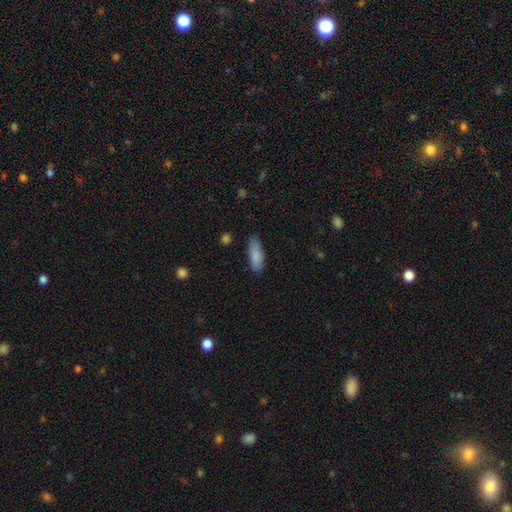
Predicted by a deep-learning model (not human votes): smooth 86%, featured or disk 8%, star or artifact 6%. Down the decision tree: how rounded — in between (62%); merging — none (79%).